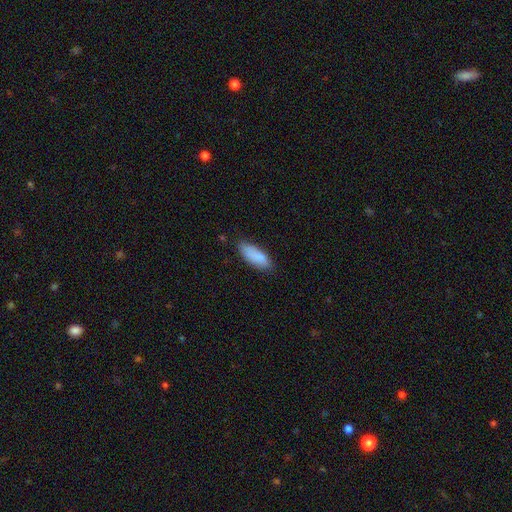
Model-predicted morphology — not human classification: smooth 86%, featured or disk 8%, star or artifact 6%. Down the decision tree: how rounded — in between (72%); merging — none (73%).